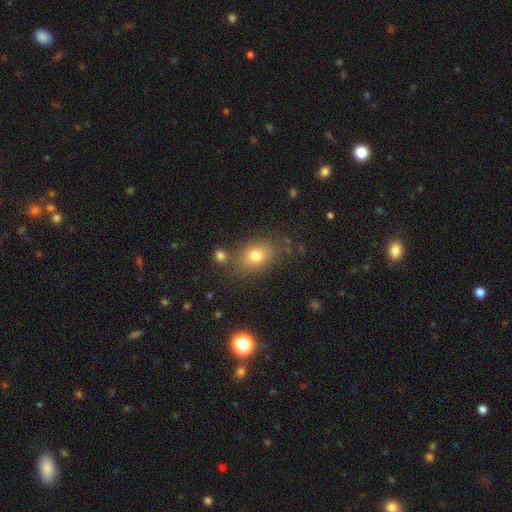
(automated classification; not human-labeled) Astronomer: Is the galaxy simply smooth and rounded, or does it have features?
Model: smooth — 76%.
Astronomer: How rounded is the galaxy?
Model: in between — 69%.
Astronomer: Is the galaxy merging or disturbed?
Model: none — 75%.